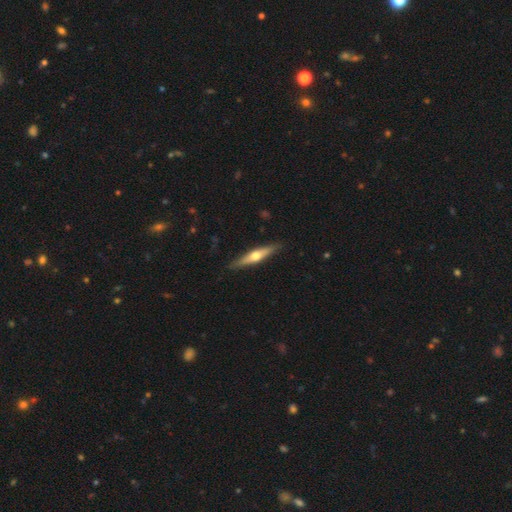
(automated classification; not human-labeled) smooth_or_featured: featured or disk (p=0.59) [alt: smooth p=0.36]
disk_edge_on: yes (p=0.95) [alt: no p=0.05]
edge_on_bulge: rounded (p=0.93) [alt: none p=0.04]
merging: none (p=0.89) [alt: minor disturbance p=0.08]